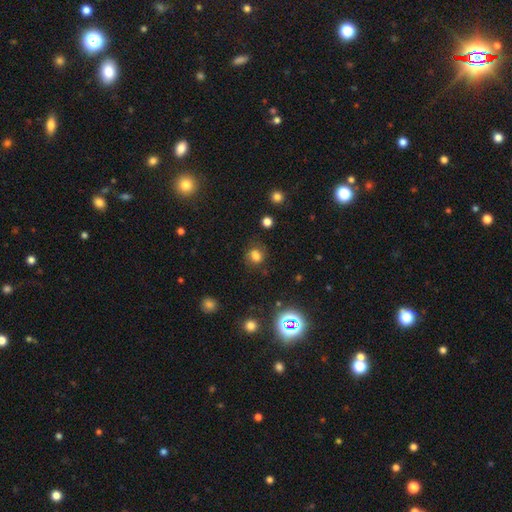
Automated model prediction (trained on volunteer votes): The model was most divided on "how rounded": round: 73%, in between: 26%, cigar-shaped: 1%. More confident: merging — none (79%); smooth or featured — smooth (75%).